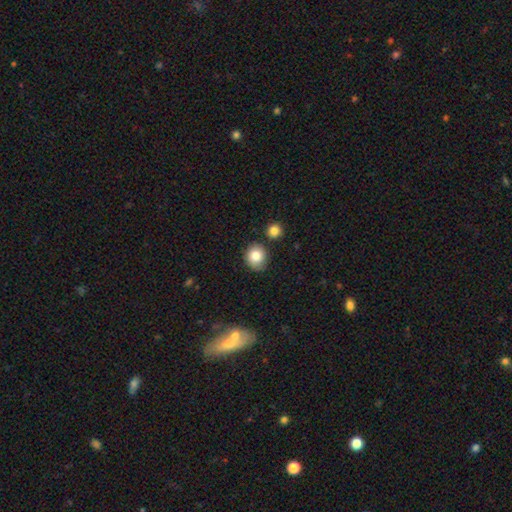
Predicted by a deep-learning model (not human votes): smooth 83%, star or artifact 9%, featured or disk 7%. Down the decision tree: how rounded — round (75%); merging — none (79%).